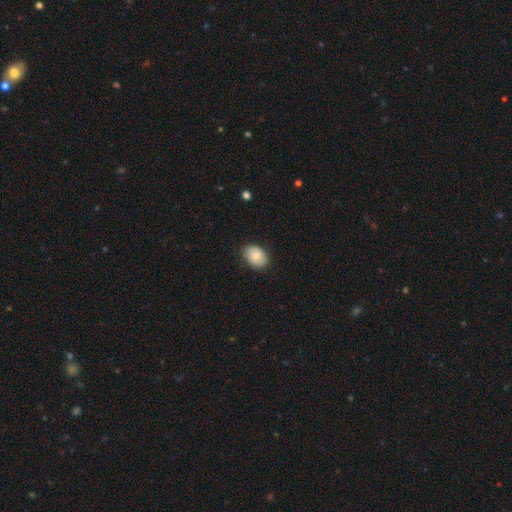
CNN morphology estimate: This appears to be a smooth galaxy with no disk features (81%) that is in between round and cigar-shaped (76%). Merging: none (83%).